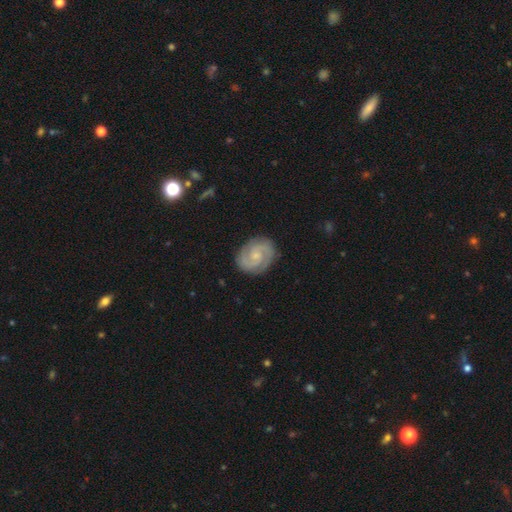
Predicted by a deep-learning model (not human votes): This appears to be a featured or disk galaxy (84%) with no bar (60%), 2 (85%) tight (54%) spiral arms (97%) and a small central bulge (58%). Merging: none (85%).